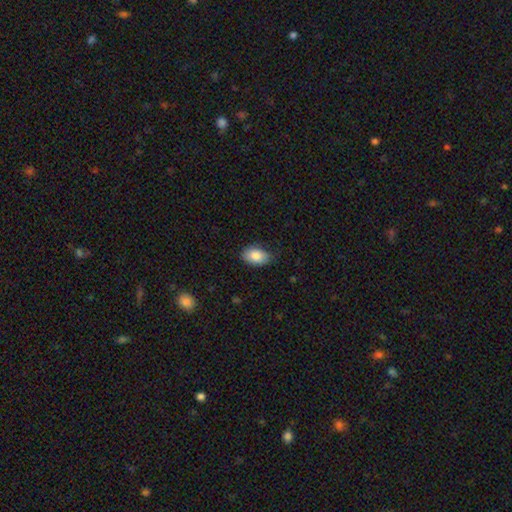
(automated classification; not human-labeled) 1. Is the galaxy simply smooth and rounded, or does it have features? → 85% smooth, 8% featured or disk, 7% star or artifact.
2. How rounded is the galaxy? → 90% in between, 9% round, 1% cigar-shaped.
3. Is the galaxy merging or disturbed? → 77% none, 19% minor disturbance, 3% major disturbance, 1% merger.